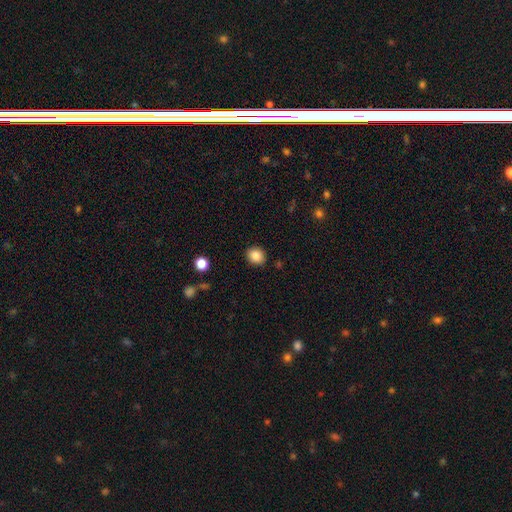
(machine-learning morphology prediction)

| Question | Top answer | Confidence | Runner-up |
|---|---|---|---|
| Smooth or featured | smooth | 86% | star or artifact (9%) |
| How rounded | round | 71% | in between (28%) |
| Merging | none | 89% | minor disturbance (7%) |